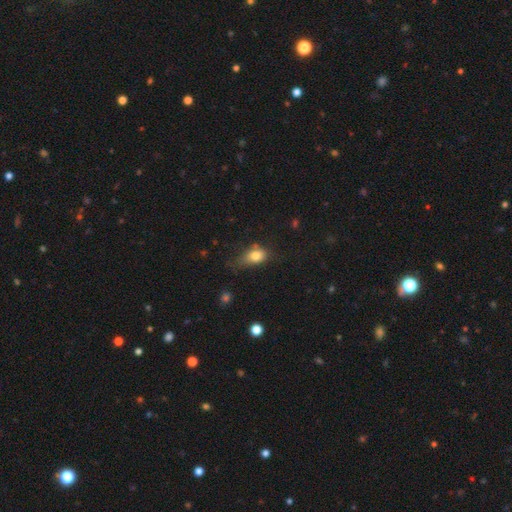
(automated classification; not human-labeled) This is likely a smooth galaxy (79%). How rounded: likely in between (77%). Merging: marginally none (42%).